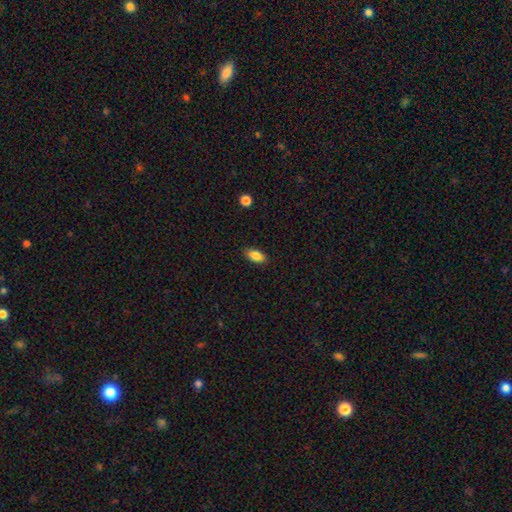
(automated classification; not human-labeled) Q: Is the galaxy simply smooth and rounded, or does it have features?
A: smooth — 86%.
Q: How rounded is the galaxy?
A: in between — 90%.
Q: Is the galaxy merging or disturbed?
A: none — 88%.